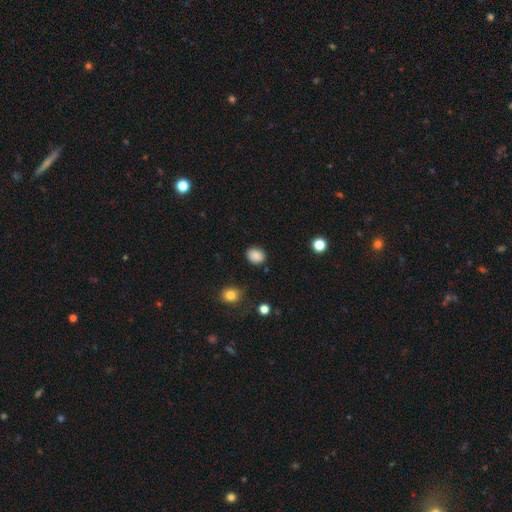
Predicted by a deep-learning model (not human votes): A smooth galaxy with no disk features (87%) that is in between round and cigar-shaped (50%).

Vote fractions:
- Smooth or featured? smooth: 87% / star or artifact: 9% / featured or disk: 3%
- How rounded? in between: 50% / round: 49% / cigar-shaped: 1%
- Merging? none: 86% / minor disturbance: 10% / major disturbance: 3% / merger: 2%